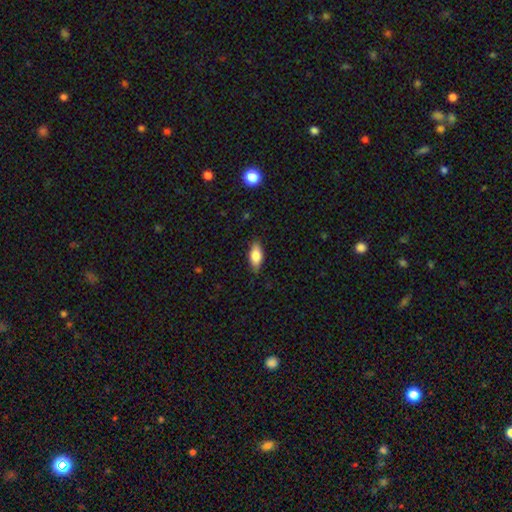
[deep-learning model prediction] A smooth galaxy with no disk features (77%) that is in between round and cigar-shaped (82%). Merging: none (83%).